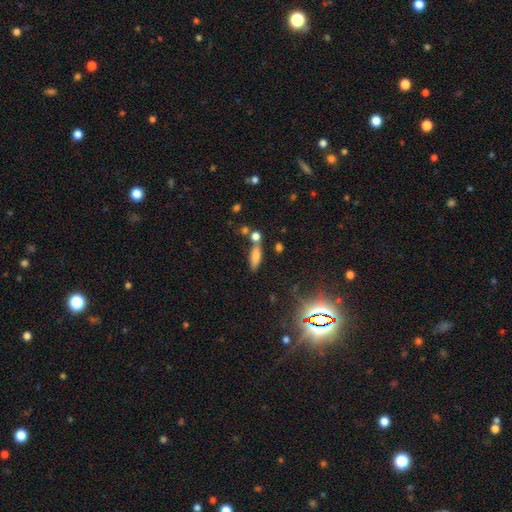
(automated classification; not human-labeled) smooth-or-featured: smooth: 74% | featured or disk: 14% | star or artifact: 12%
  how-rounded: cigar-shaped: 48% | in between: 47% | round: 4%
  merging: none: 64% | merger: 17% | minor disturbance: 14% | major disturbance: 5%